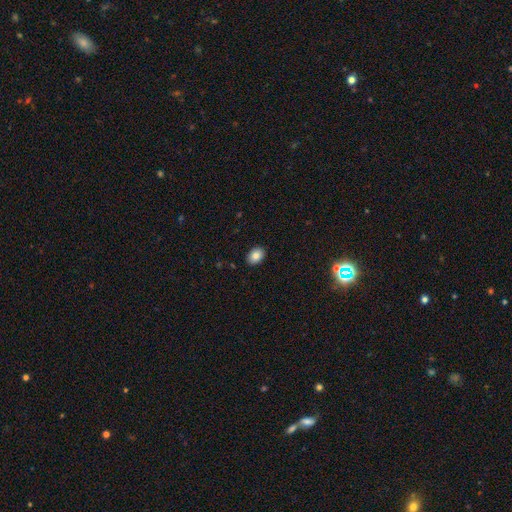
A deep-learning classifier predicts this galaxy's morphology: Smooth or featured?
  - smooth: 84% *
  - star or artifact: 8%
  - featured or disk: 8%
How rounded?
  - in between: 78% *
  - round: 21%
  - cigar-shaped: 1%
Merging?
  - none: 90% *
  - minor disturbance: 8%
  - major disturbance: 2%
  - merger: 1%